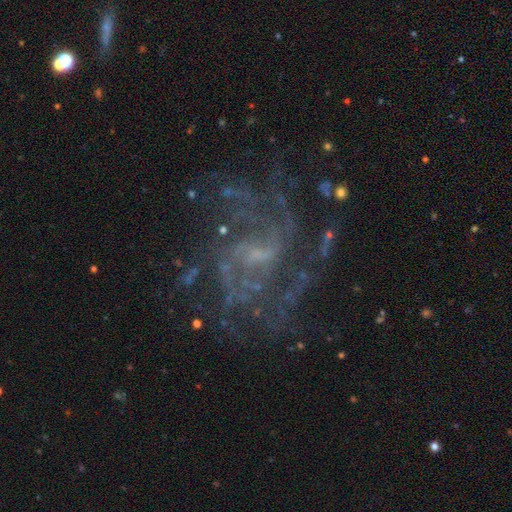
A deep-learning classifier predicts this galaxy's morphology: Smooth or featured? Predicted: featured or disk (p=0.80). Edge-on disk? Predicted: no (p=0.98). Bar? Predicted: weak (p=0.50). Spiral arms? Predicted: yes (p=0.89). Spiral winding? Predicted: medium (p=0.45). Spiral arm count? Predicted: can't tell (p=0.38). Bulge size? Predicted: small (p=0.57). Merging? Predicted: none (p=0.64).